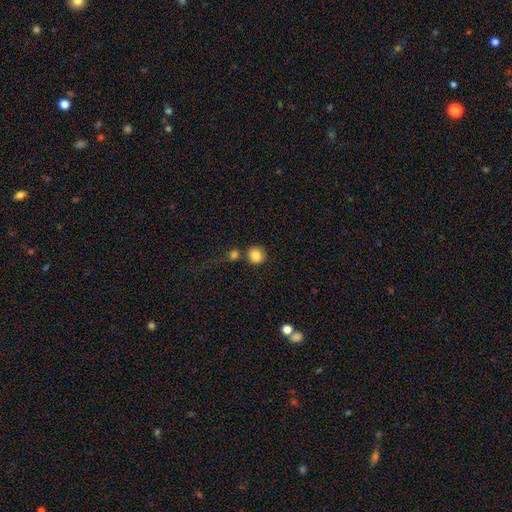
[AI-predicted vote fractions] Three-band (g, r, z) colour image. It shows a smooth galaxy with no disk features (85%) that is round (91%). Merging: none (74%).